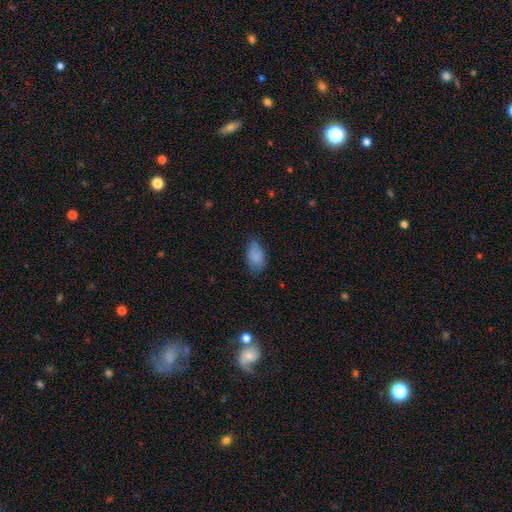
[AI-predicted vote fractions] Smooth or featured: smooth — 86% (star or artifact — 8%)
How rounded: in between — 92% (round — 6%)
Merging: none — 67% (minor disturbance — 25%)